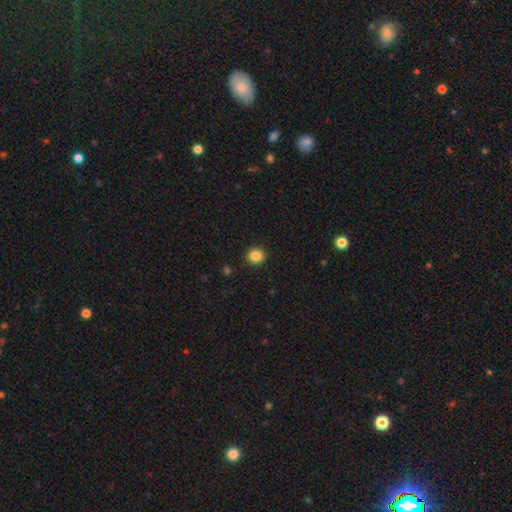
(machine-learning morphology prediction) Smooth or featured?
  - smooth: 85% *
  - star or artifact: 11%
  - featured or disk: 4%
How rounded?
  - round: 91% *
  - in between: 8%
  - cigar-shaped: 1%
Merging?
  - none: 92% *
  - minor disturbance: 5%
  - major disturbance: 2%
  - merger: 1%